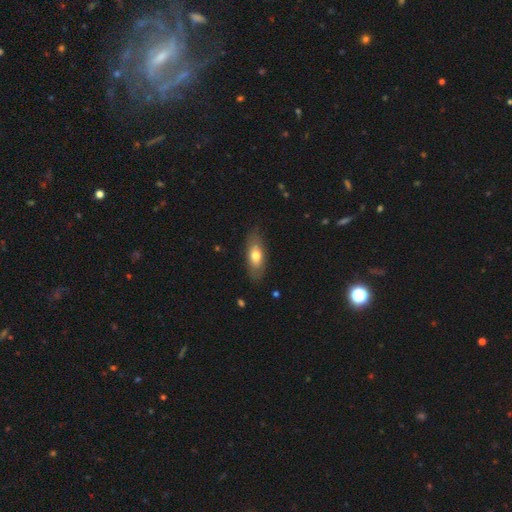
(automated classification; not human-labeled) smooth-or-featured: smooth: 68% | featured or disk: 26% | star or artifact: 6%
  how-rounded: in between: 79% | cigar-shaped: 18% | round: 3%
  merging: none: 82% | minor disturbance: 13% | major disturbance: 3% | merger: 1%